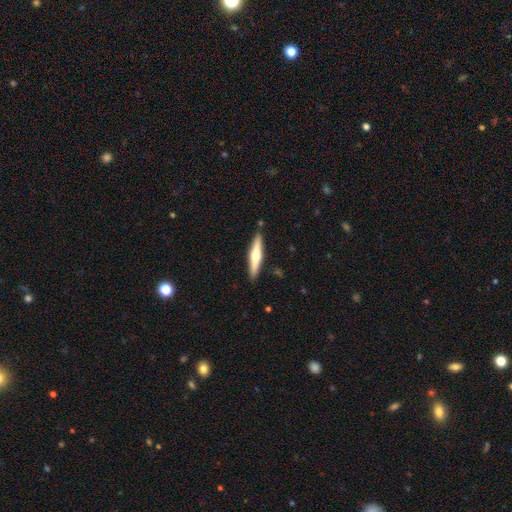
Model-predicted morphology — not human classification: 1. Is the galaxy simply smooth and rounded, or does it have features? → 55% featured or disk, 40% smooth, 5% star or artifact.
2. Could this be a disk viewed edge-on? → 96% yes, 4% no.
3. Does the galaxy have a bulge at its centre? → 92% rounded, 5% none, 4% boxy.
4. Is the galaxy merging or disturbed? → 88% none, 8% minor disturbance, 2% merger, 2% major disturbance.